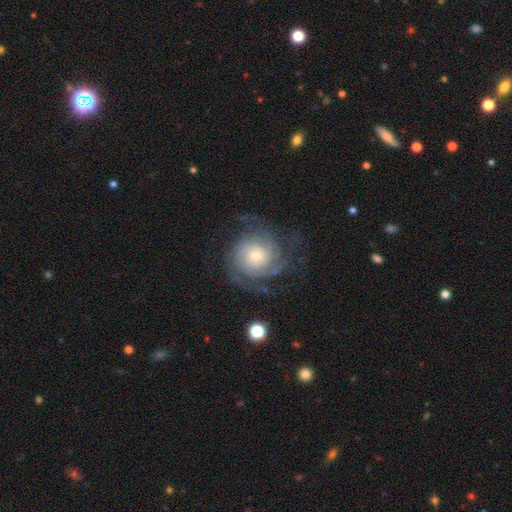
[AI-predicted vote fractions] Smooth or featured?
  - featured or disk: 85% *
  - smooth: 9%
  - star or artifact: 6%
Edge-on disk?
  - no: 98% *
  - yes: 2%
Bar?
  - no: 76% *
  - weak: 20%
  - strong: 4%
Spiral arms?
  - yes: 96% *
  - no: 4%
Spiral winding?
  - tight: 63% *
  - medium: 29%
  - loose: 8%
Spiral arm count?
  - 2: 30% *
  - 3: 25%
  - can't tell: 22%
  - 4: 11%
  - 1: 6%
  - more than 4: 6%
Bulge size?
  - small: 56% *
  - moderate: 35%
  - large: 6%
  - none: 2%
  - dominant: 1%
Merging?
  - none: 72% *
  - minor disturbance: 15%
  - major disturbance: 12%
  - merger: 1%